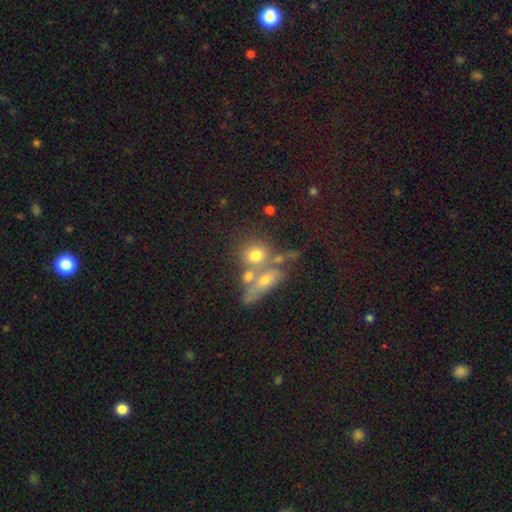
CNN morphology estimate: This appears to be a smooth galaxy with no disk features (66%) that is round (65%). Merging: none (42%).